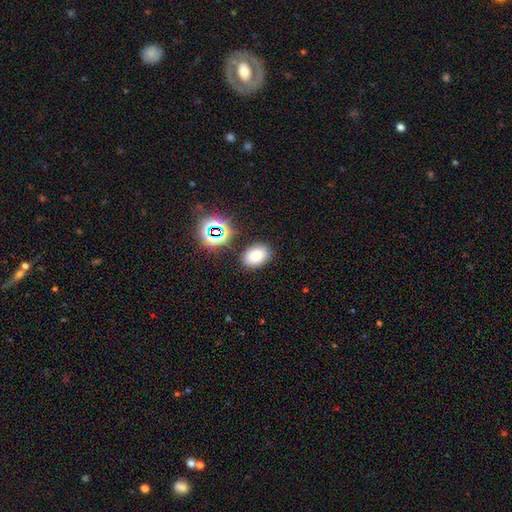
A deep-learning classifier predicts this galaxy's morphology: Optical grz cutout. It shows a smooth galaxy with no disk features (78%) that is in between round and cigar-shaped (81%). Merging: none (82%).